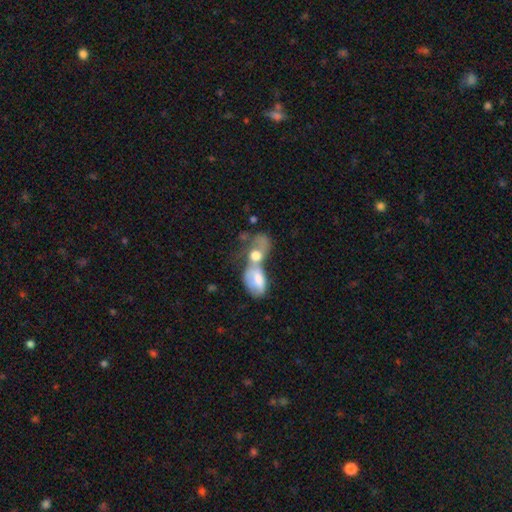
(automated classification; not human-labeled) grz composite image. It shows a smooth galaxy with no disk features (58%) that is in between round and cigar-shaped (78%). Merging: merger (75%).